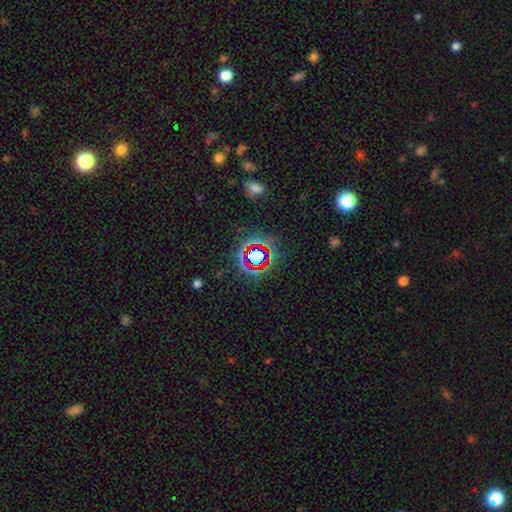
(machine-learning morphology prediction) Smooth or featured: star or artifact — 67% (smooth — 22%)